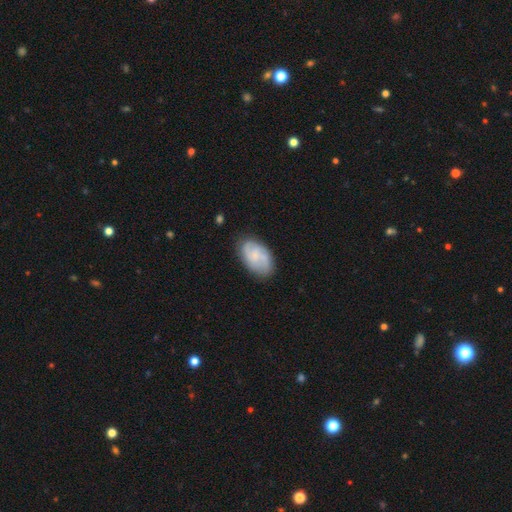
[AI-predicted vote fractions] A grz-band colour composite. It shows a featured or disk galaxy (49%). Merging: none (76%).